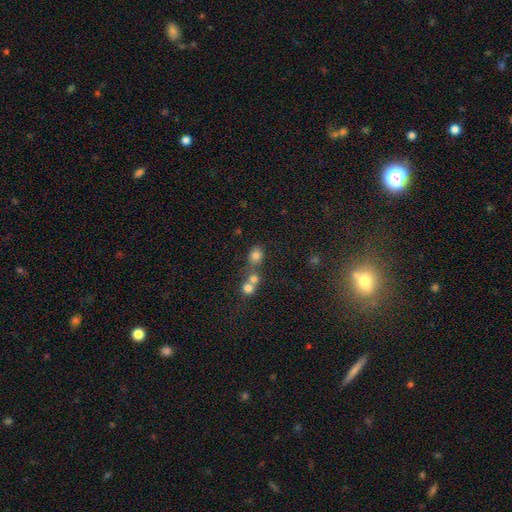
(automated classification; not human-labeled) Smooth or featured? Predicted: smooth (p=0.76). How rounded? Predicted: round (p=0.74). Merging? Predicted: none (p=0.51).